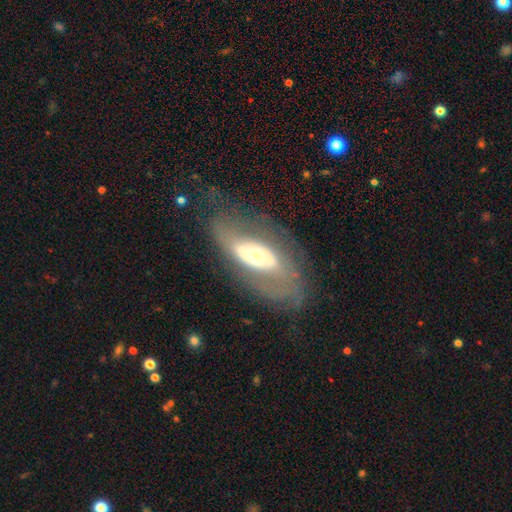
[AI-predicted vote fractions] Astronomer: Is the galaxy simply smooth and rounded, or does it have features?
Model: featured or disk — 71%.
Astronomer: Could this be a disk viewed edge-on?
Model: no — 89%.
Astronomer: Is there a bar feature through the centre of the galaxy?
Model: no — 62%.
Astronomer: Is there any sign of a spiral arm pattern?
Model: yes — 67%.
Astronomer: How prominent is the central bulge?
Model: moderate — 54% (runner-up: small, 33%).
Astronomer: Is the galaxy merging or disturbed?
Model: none — 59%.